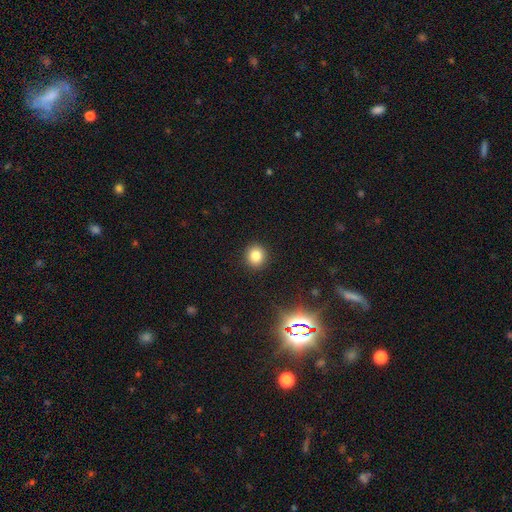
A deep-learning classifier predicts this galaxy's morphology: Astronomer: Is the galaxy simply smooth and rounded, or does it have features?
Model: smooth — 81%.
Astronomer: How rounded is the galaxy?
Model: round — 87%.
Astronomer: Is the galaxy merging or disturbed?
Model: none — 92%.